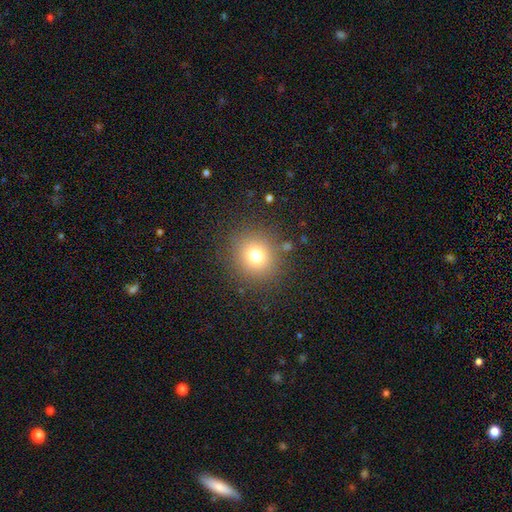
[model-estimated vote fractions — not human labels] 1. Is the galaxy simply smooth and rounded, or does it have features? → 75% smooth, 15% star or artifact, 10% featured or disk.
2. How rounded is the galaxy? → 86% round, 13% in between, 1% cigar-shaped.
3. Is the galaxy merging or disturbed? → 86% none, 8% minor disturbance, 4% major disturbance, 2% merger.